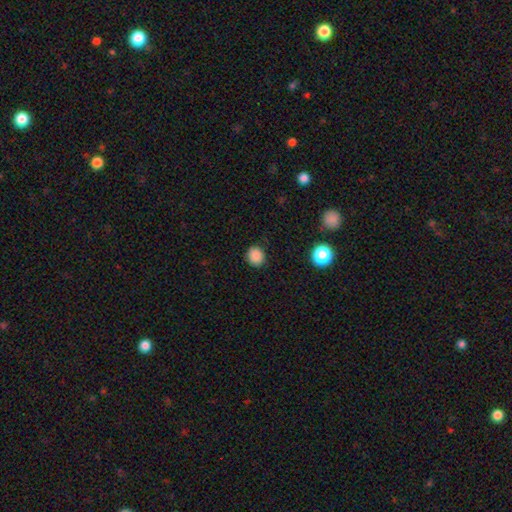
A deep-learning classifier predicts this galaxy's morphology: Smooth or featured?
  - smooth: 87% *
  - star or artifact: 10%
  - featured or disk: 3%
How rounded?
  - round: 80% *
  - in between: 19%
  - cigar-shaped: 1%
Merging?
  - none: 88% *
  - minor disturbance: 8%
  - major disturbance: 2%
  - merger: 1%